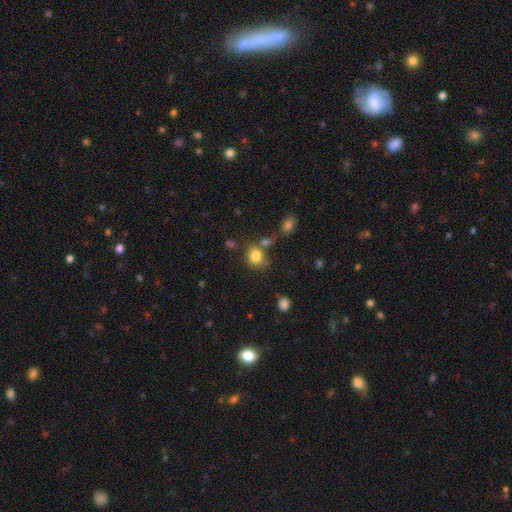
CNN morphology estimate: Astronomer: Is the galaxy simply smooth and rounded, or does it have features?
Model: smooth — 82%.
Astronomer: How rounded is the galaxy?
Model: round — 55% (runner-up: in between, 44%).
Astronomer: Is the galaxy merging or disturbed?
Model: none — 65%.